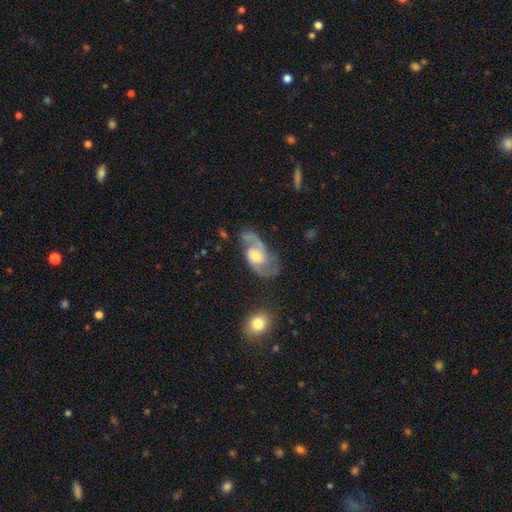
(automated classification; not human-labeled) A featured or disk galaxy (86%) with no bar (50%), 2 (89%) medium (55%) spiral arms (96%) and a moderate central bulge (62%). Merging: none (71%).